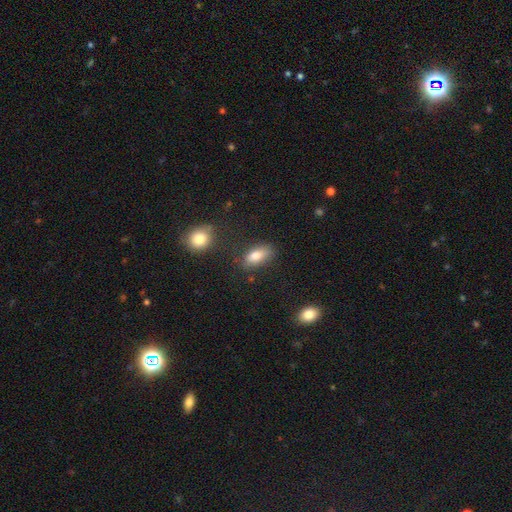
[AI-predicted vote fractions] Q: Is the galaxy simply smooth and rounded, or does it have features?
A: smooth — 81%.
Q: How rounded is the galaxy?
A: in between — 86%.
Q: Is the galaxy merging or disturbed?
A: none — 72%.